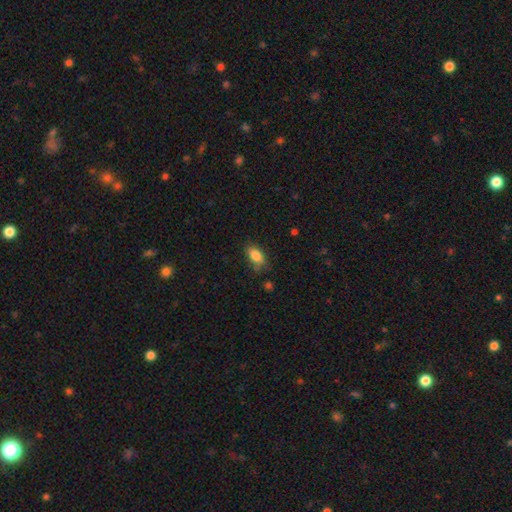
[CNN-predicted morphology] Q: Smooth or featured?
A: smooth (85%); runner-up: star or artifact (8%)
Q: How rounded?
A: in between (89%); runner-up: round (7%)
Q: Merging?
A: none (72%); runner-up: minor disturbance (21%)